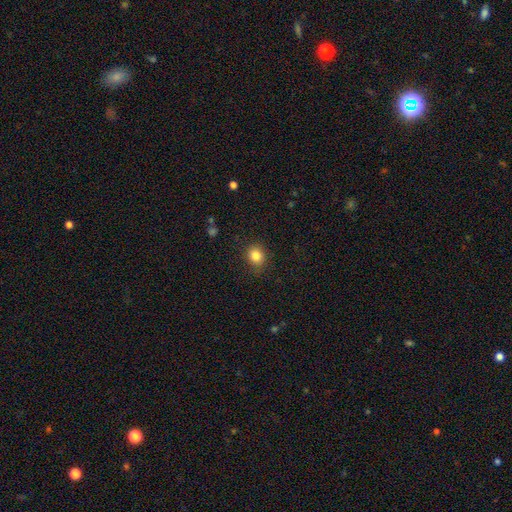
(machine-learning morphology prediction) smooth_or_featured: smooth (p=0.84) [alt: star or artifact p=0.11]
how_rounded: round (p=0.71) [alt: in between p=0.28]
merging: none (p=0.84) [alt: minor disturbance p=0.11]